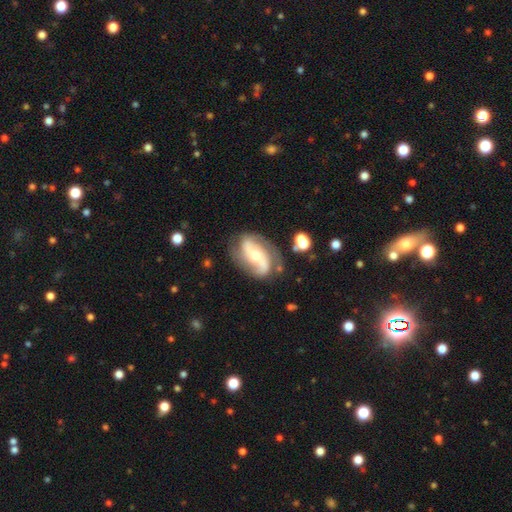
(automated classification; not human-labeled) featured or disk 83%, smooth 11%, star or artifact 6%. Down the decision tree: edge-on disk — no (95%); bar — strong (43%); spiral arms — yes (93%); spiral arm count — 2 (87%); spiral winding — loose (45%); bulge size — moderate (57%); merging — none (71%).